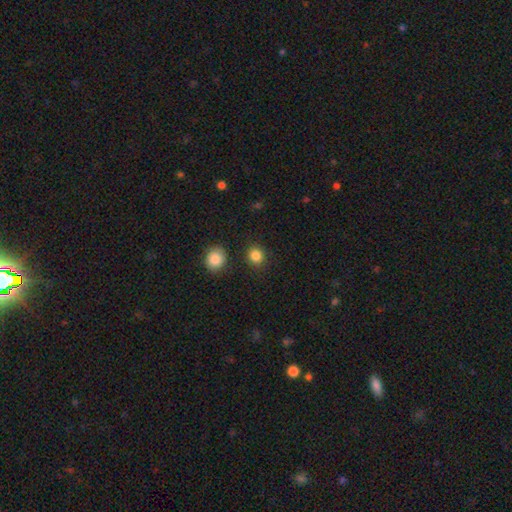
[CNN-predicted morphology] Smooth or featured?
  - smooth: 85% *
  - star or artifact: 11%
  - featured or disk: 4%
How rounded?
  - round: 81% *
  - in between: 18%
  - cigar-shaped: 1%
Merging?
  - none: 89% *
  - minor disturbance: 6%
  - merger: 3%
  - major disturbance: 2%